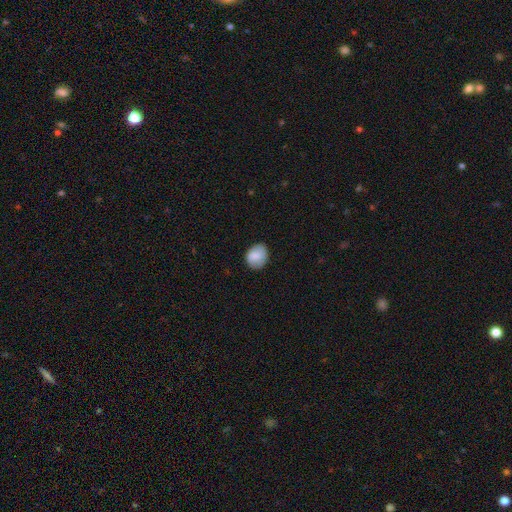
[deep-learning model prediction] A smooth galaxy with no disk features (84%) that is round (52%).

Vote fractions:
- Smooth or featured? smooth: 84% / featured or disk: 9% / star or artifact: 7%
- How rounded? round: 52% / in between: 47% / cigar-shaped: 1%
- Merging? none: 76% / minor disturbance: 19% / major disturbance: 4% / merger: 1%